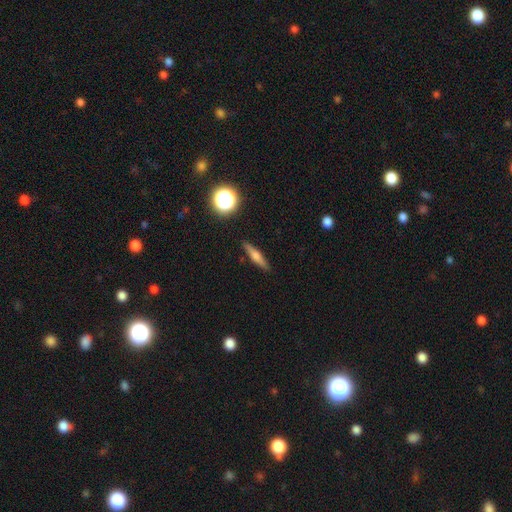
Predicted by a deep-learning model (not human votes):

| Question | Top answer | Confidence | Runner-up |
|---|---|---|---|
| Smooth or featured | smooth | 46% | featured or disk (45%) |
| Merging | none | 89% | minor disturbance (8%) |